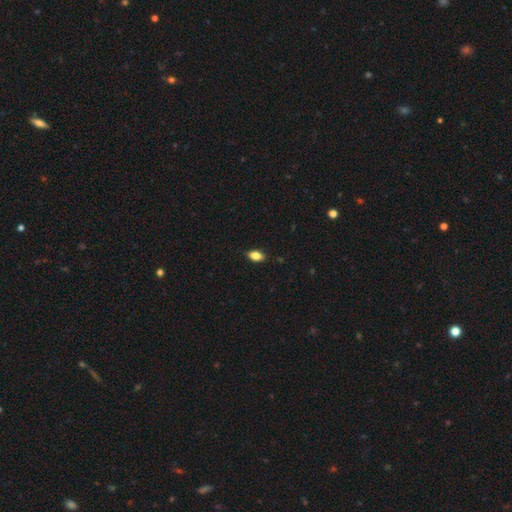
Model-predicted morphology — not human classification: This appears to be a smooth galaxy with no disk features (83%) that is in between round and cigar-shaped (90%). Merging: none (87%).